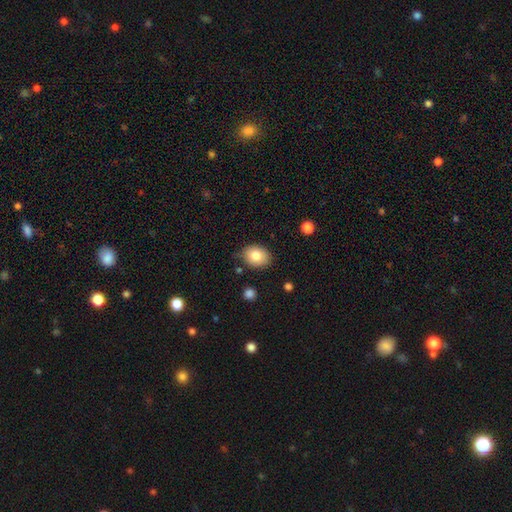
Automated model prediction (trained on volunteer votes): This appears to be a smooth galaxy with no disk features (81%) that is in between round and cigar-shaped (55%). Merging: none (79%).